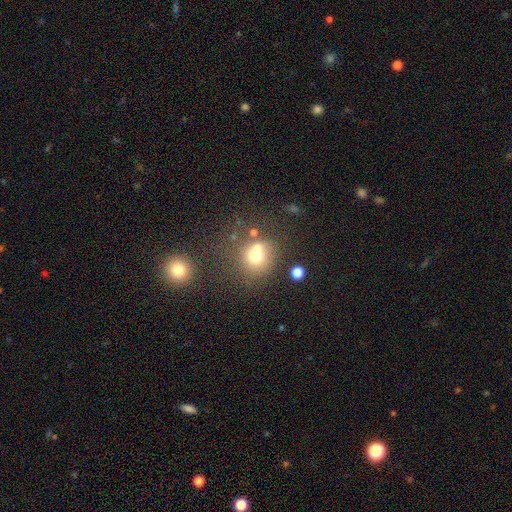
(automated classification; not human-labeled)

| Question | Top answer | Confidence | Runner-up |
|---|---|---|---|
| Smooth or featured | smooth | 67% | featured or disk (18%) |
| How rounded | round | 84% | in between (15%) |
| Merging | none | 51% | merger (31%) |